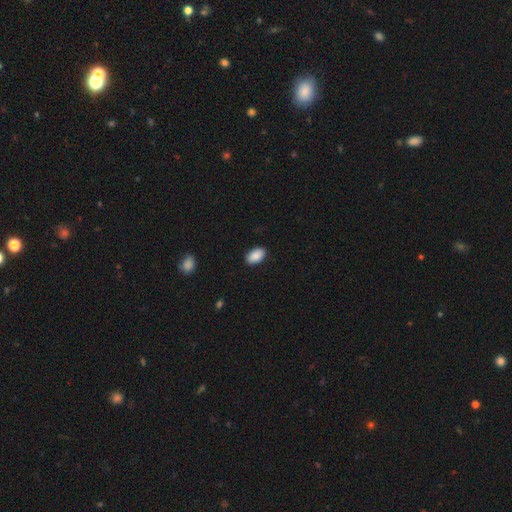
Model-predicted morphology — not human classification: Smooth or featured: smooth — 89% (star or artifact — 7%)
How rounded: in between — 94% (round — 5%)
Merging: none — 88% (minor disturbance — 9%)